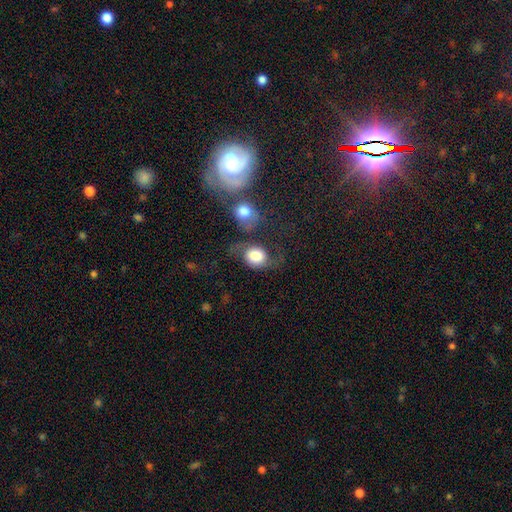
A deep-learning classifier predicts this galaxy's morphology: Smooth or featured? Predicted: smooth (p=0.64). How rounded? Predicted: round (p=0.59). Merging? Predicted: none (p=0.39).